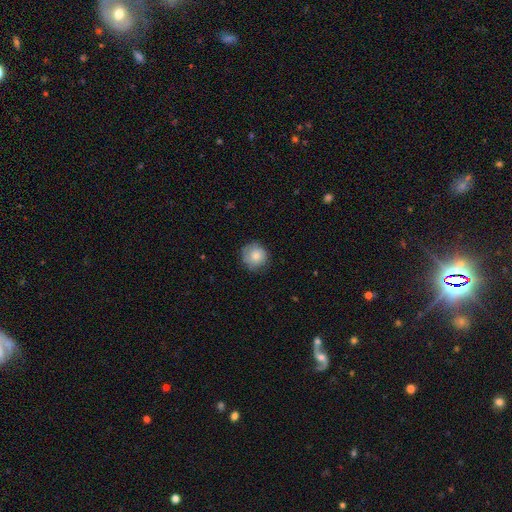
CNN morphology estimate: Smooth or featured? Predicted: smooth (p=0.79). How rounded? Predicted: round (p=0.90). Merging? Predicted: none (p=0.77).